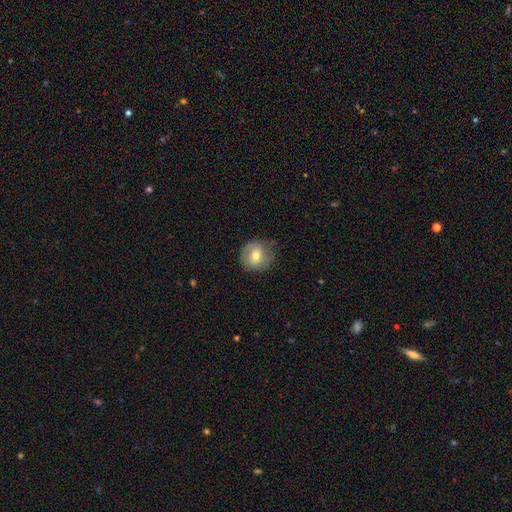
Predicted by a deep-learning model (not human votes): Smooth or featured: smooth — 63% (featured or disk — 29%)
How rounded: round — 80% (in between — 19%)
Merging: none — 71% (minor disturbance — 21%)